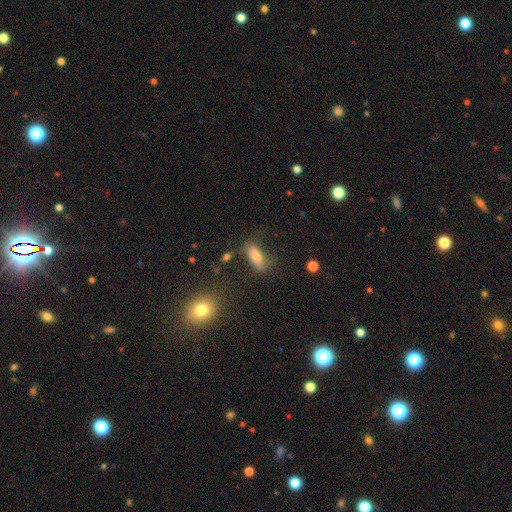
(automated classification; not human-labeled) A smooth galaxy with no disk features (72%) that is in between round and cigar-shaped (73%). Merging: none (57%).